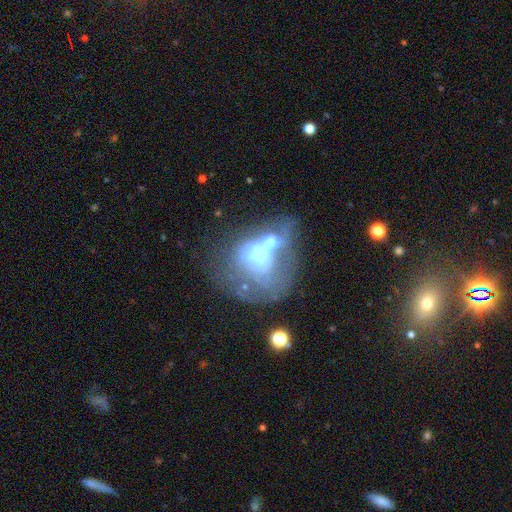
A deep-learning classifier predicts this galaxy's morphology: Q: Smooth or featured?
A: featured or disk (50%); runner-up: smooth (35%)
Q: Merging?
A: merger (41%); runner-up: major disturbance (29%)